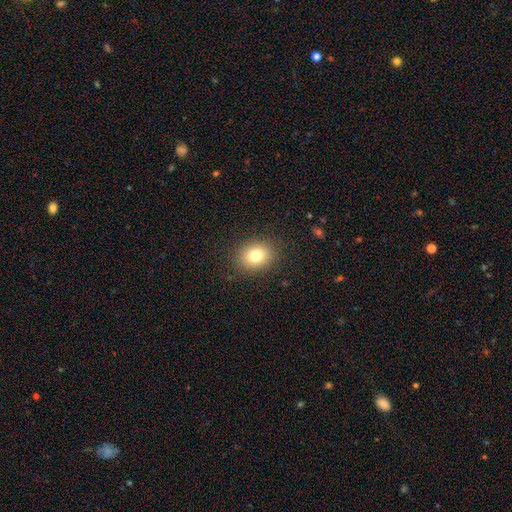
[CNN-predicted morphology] Overall: smooth (78%). How rounded: round (52%; in between 47%). Merging: none (88%).